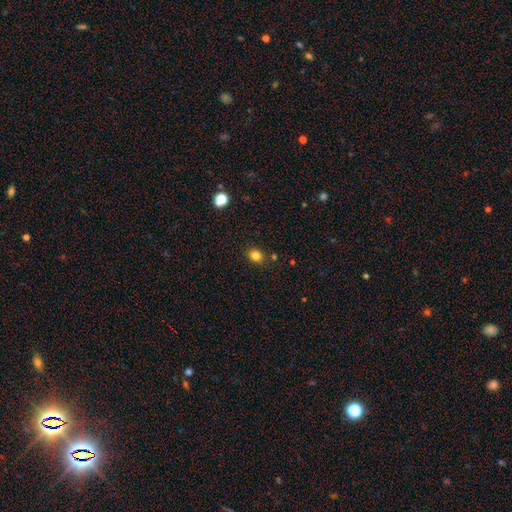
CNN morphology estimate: smooth 81%, star or artifact 14%, featured or disk 5%. Down the decision tree: how rounded — round (73%); merging — none (86%).